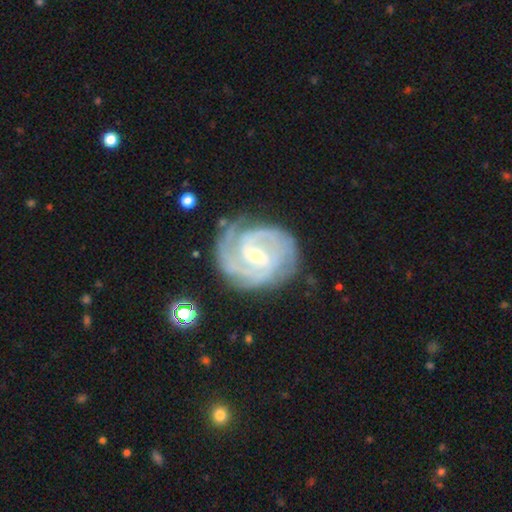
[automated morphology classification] Smooth or featured? featured or disk (90%)
Edge-on disk? no (98%)
Bar? weak (56%)
Spiral arms? yes (98%)
Spiral winding? tight (56%)
Spiral arm count? 2 (44%)
Bulge size? small (65%)
Merging? none (74%)